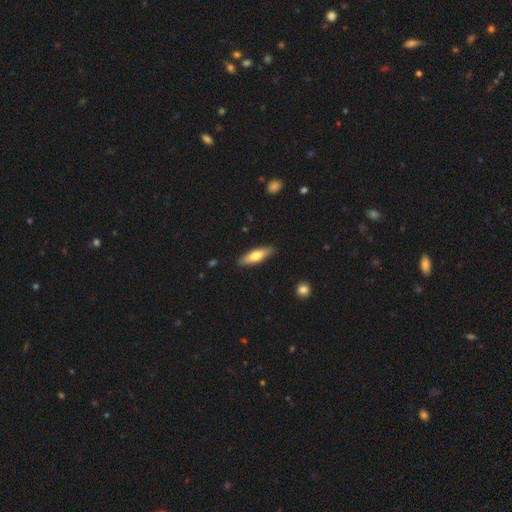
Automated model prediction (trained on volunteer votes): smooth_or_featured: smooth (p=0.65) [alt: featured or disk p=0.29]
how_rounded: cigar-shaped (p=0.56) [alt: in between p=0.42]
merging: none (p=0.88) [alt: minor disturbance p=0.09]